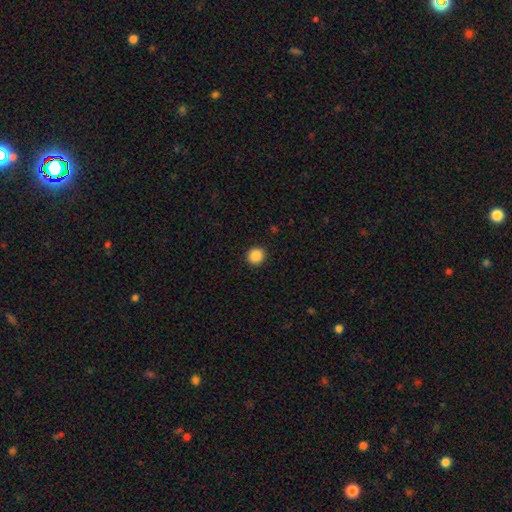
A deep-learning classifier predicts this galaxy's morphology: The model was most divided on "smooth or featured": smooth: 88%, star or artifact: 9%, featured or disk: 2%. More confident: how rounded — round (93%); merging — none (93%).